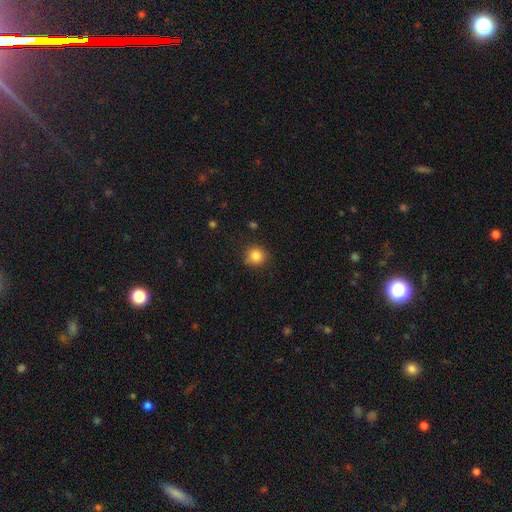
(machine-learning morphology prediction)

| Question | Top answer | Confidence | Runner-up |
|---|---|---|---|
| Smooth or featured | smooth | 84% | star or artifact (11%) |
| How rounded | round | 90% | in between (9%) |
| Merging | none | 84% | minor disturbance (12%) |